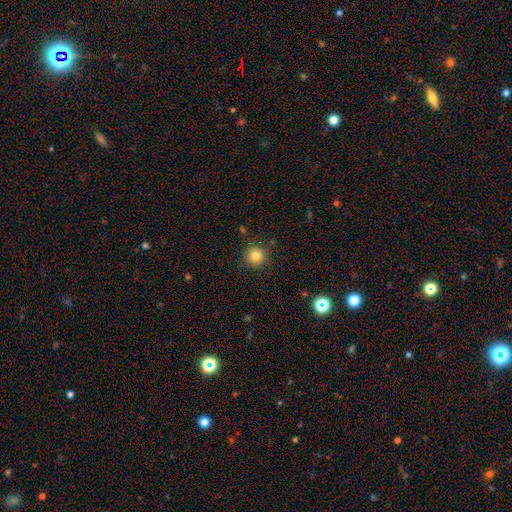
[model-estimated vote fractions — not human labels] Smooth or featured? smooth (83%)
How rounded? round (94%)
Merging? none (89%)